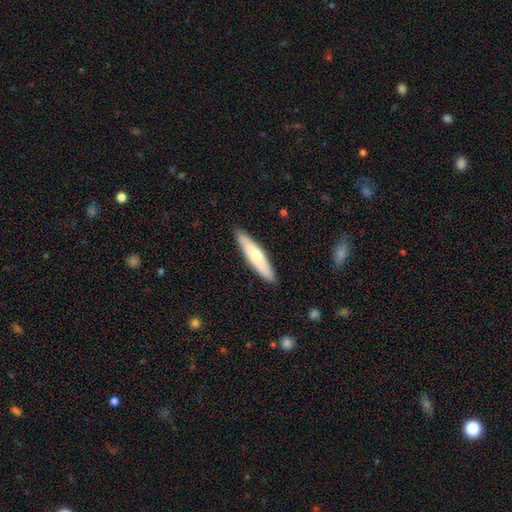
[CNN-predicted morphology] Smooth or featured? smooth (59%)
How rounded? cigar-shaped (81%)
Merging? none (89%)